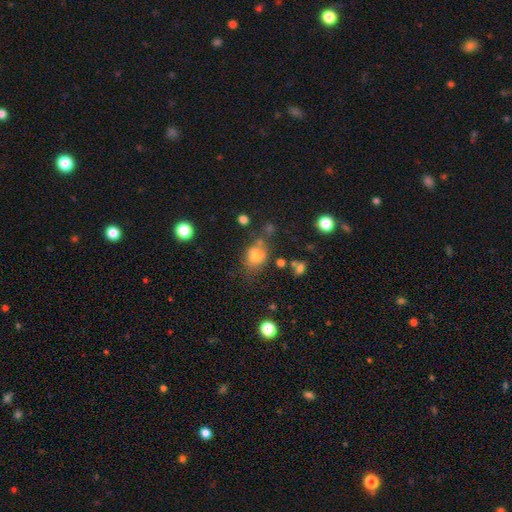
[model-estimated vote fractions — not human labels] Smooth or featured? smooth (72%)
How rounded? round (54%)
Merging? none (57%)